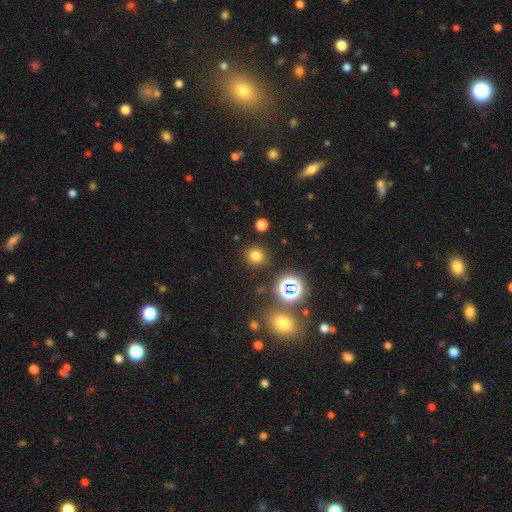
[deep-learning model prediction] Morphology: type=smooth (73%); roundness=round (83%); merging=none (86%).